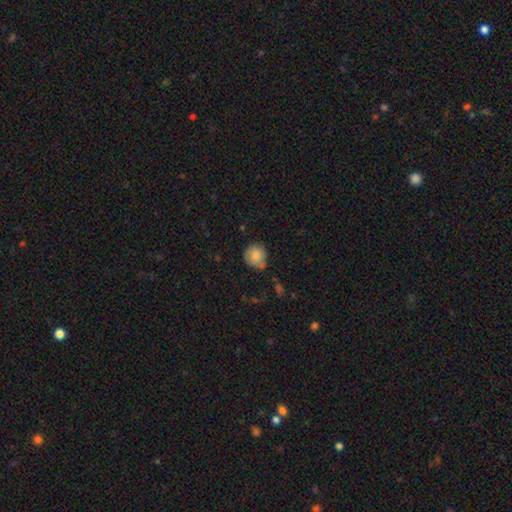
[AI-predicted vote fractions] Overall: smooth (81%). How rounded: round (88%). Merging: none (65%).